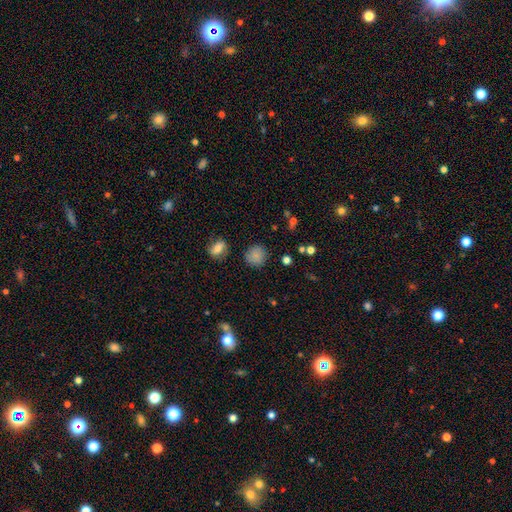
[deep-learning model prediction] Smooth or featured?
  - smooth: 82% *
  - star or artifact: 12%
  - featured or disk: 6%
How rounded?
  - round: 89% *
  - in between: 10%
  - cigar-shaped: 1%
Merging?
  - none: 85% *
  - minor disturbance: 10%
  - major disturbance: 3%
  - merger: 2%